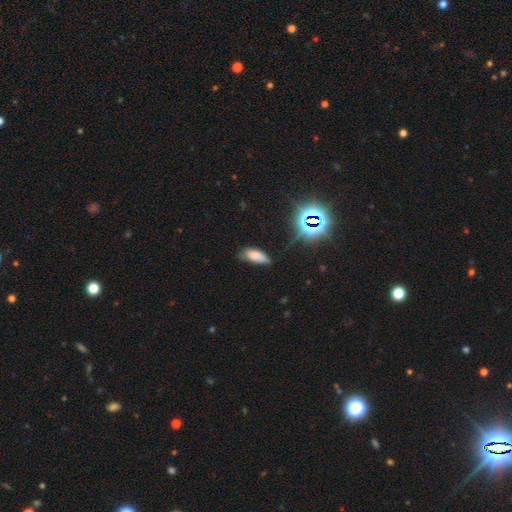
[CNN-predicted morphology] Smooth or featured: smooth — 74% (star or artifact — 17%)
How rounded: in between — 85% (cigar-shaped — 12%)
Merging: none — 54% (minor disturbance — 34%)